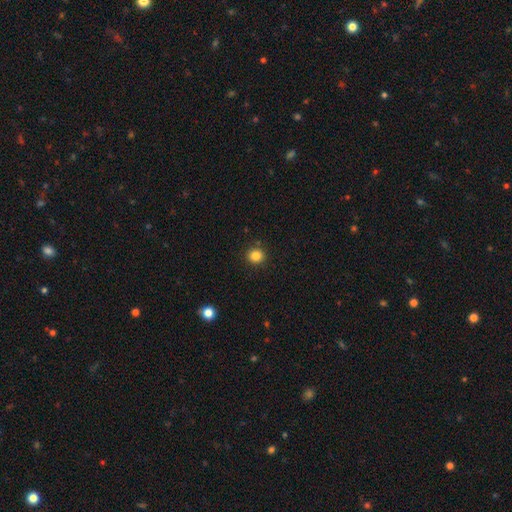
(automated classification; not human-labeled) smooth 84%, star or artifact 12%, featured or disk 4%. Down the decision tree: how rounded — round (85%); merging — none (90%).